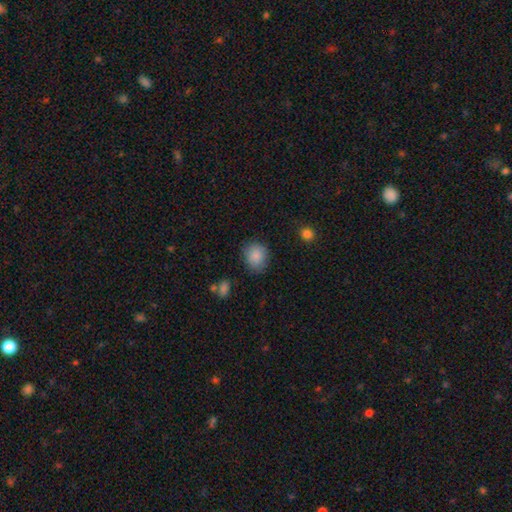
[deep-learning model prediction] Q: Smooth or featured?
A: smooth (86%); runner-up: star or artifact (8%)
Q: How rounded?
A: round (71%); runner-up: in between (28%)
Q: Merging?
A: none (79%); runner-up: minor disturbance (15%)